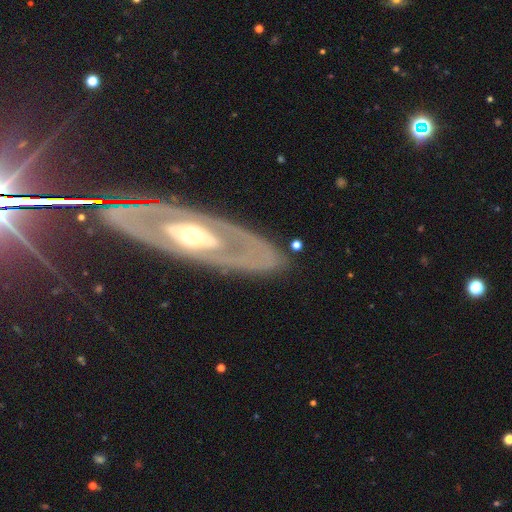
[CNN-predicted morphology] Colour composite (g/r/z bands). It shows a featured or disk galaxy (78%) with no bar (73%), no spiral arms (62%) and a moderate central bulge (66%). Merging: none (82%).